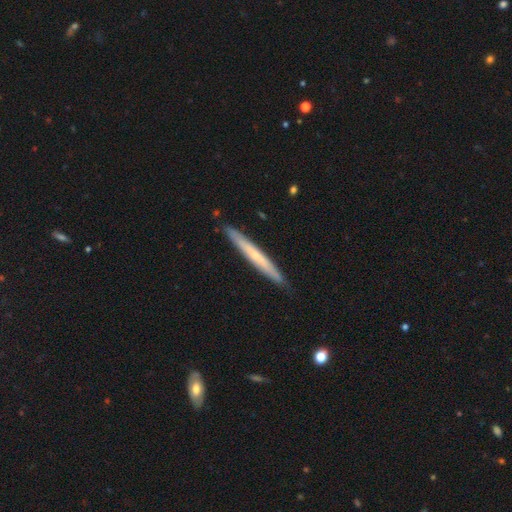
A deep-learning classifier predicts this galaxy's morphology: Smooth or featured? Predicted: featured or disk (p=0.50). Edge-on disk? Predicted: yes (p=0.94). Merging? Predicted: none (p=0.90).